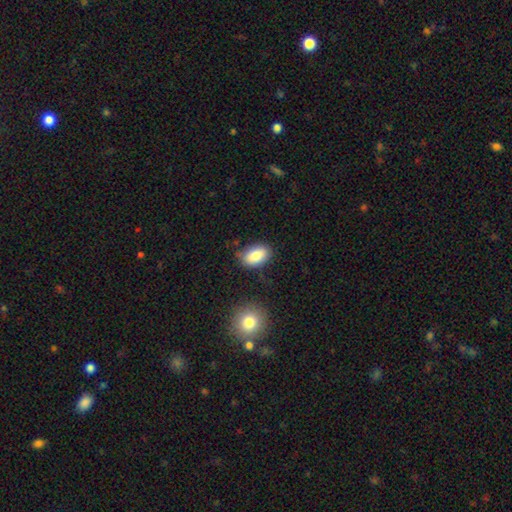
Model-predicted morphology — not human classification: Smooth or featured: smooth — 85% (featured or disk — 7%)
How rounded: in between — 90% (round — 8%)
Merging: none — 74% (minor disturbance — 19%)